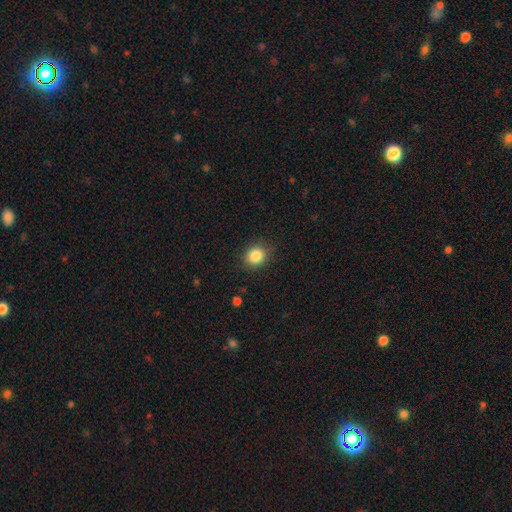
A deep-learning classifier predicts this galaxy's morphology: The model was most divided on "how rounded": round: 76%, in between: 23%, cigar-shaped: 1%. More confident: smooth or featured — smooth (85%); merging — none (84%).